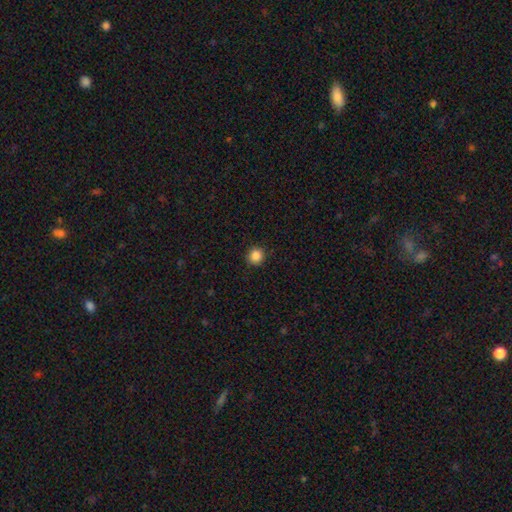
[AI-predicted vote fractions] Q: Smooth or featured?
A: smooth (87%); runner-up: star or artifact (10%)
Q: How rounded?
A: round (94%); runner-up: in between (5%)
Q: Merging?
A: none (91%); runner-up: minor disturbance (6%)